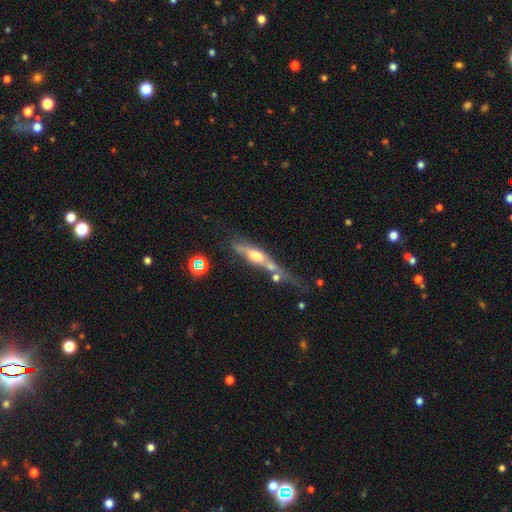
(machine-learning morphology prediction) featured or disk 59%, smooth 32%, star or artifact 9%. Down the decision tree: edge-on disk — yes (78%); merging — none (34%).